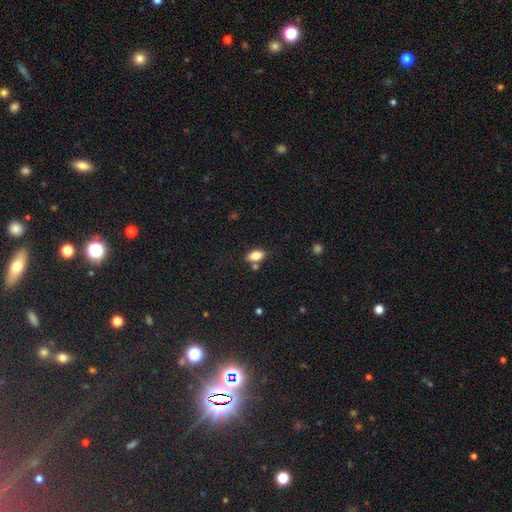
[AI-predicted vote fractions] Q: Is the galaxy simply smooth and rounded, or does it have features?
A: smooth — 82%.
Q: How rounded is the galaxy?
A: in between — 89%.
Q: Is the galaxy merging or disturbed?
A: none — 71%.